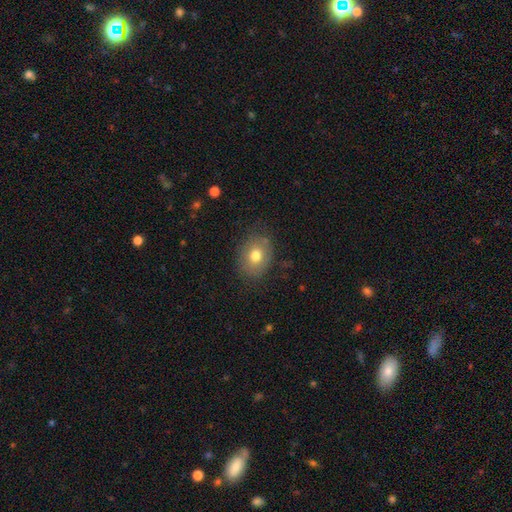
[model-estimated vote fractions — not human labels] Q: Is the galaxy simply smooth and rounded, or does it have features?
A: smooth — 73%.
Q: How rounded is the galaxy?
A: in between — 53%.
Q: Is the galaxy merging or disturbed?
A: none — 79%.